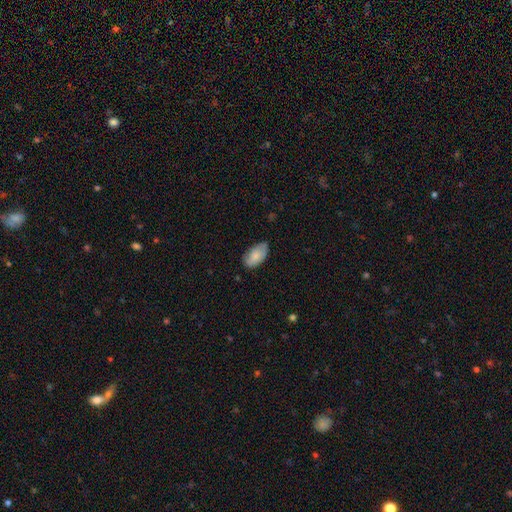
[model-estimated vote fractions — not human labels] Overall: smooth (77%). How rounded: in between (94%). Merging: none (72%).